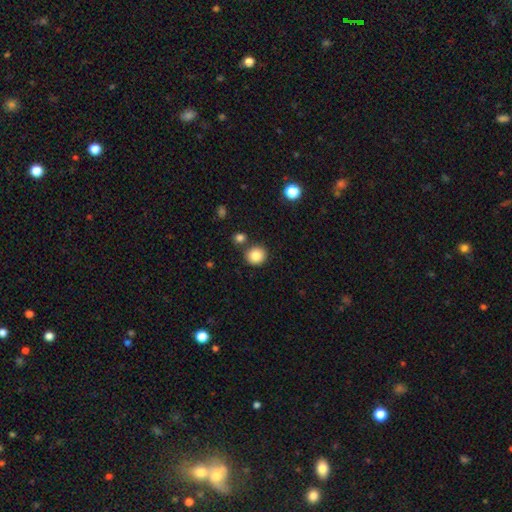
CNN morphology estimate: This appears to be a smooth galaxy with no disk features (84%) that is round (89%). Merging: none (83%).